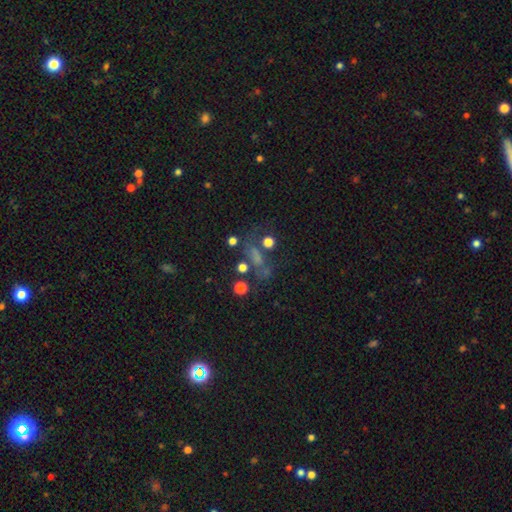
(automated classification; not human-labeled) Smooth or featured?
  - smooth: 43% *
  - star or artifact: 32%
  - featured or disk: 25%
Merging?
  - none: 45% *
  - major disturbance: 25%
  - minor disturbance: 18%
  - merger: 13%